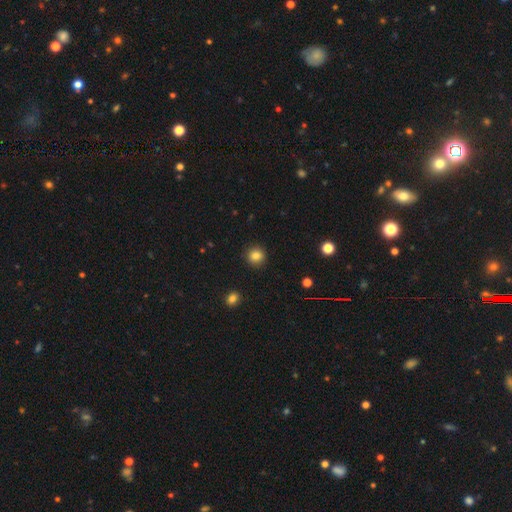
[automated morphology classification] smooth 84%, star or artifact 11%, featured or disk 5%. Down the decision tree: how rounded — round (92%); merging — none (92%).